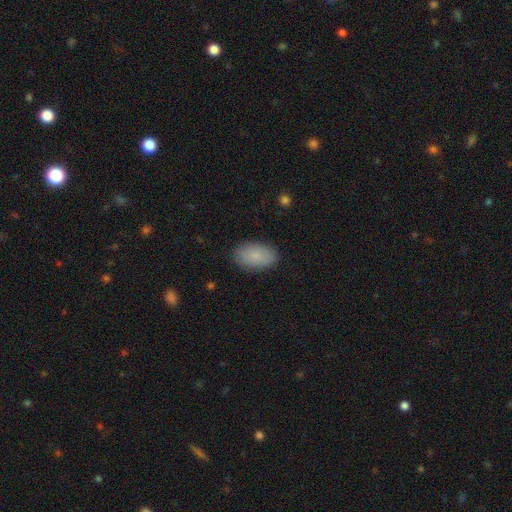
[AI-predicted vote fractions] Q: Smooth or featured?
A: smooth (87%); runner-up: star or artifact (7%)
Q: How rounded?
A: in between (93%); runner-up: round (6%)
Q: Merging?
A: none (88%); runner-up: minor disturbance (9%)